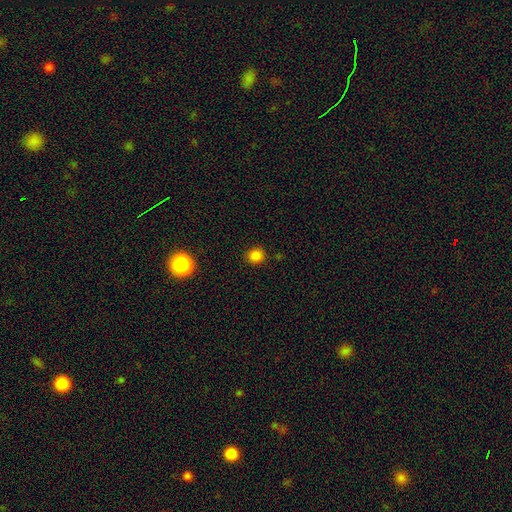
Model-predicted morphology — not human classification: smooth-or-featured: smooth: 83% | star or artifact: 14% | featured or disk: 3%
  how-rounded: round: 85% | in between: 14% | cigar-shaped: 1%
  merging: none: 89% | minor disturbance: 7% | major disturbance: 2% | merger: 2%